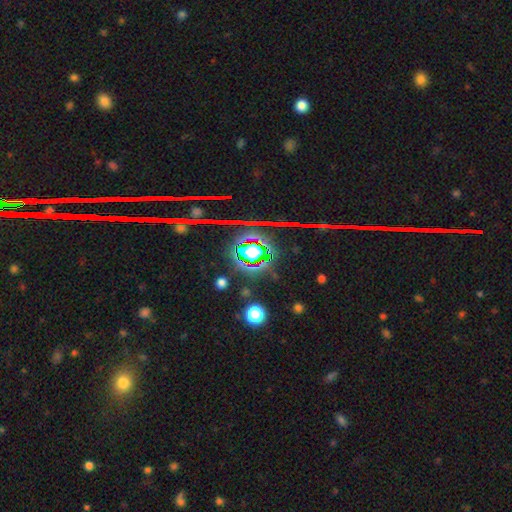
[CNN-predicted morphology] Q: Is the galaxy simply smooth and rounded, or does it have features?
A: star or artifact — 63%.